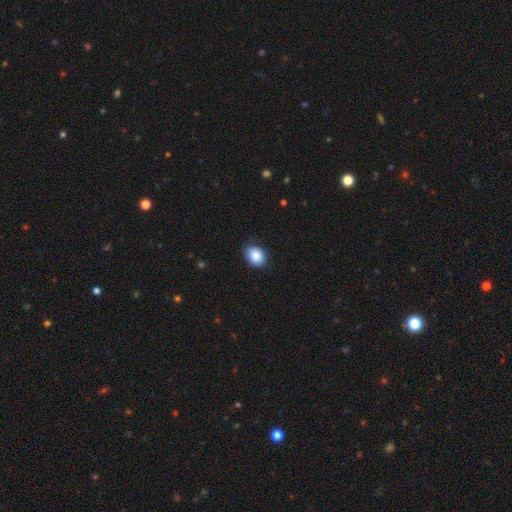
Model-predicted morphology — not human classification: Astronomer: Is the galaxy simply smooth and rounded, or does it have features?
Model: smooth — 88%.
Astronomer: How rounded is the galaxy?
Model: in between — 60% (runner-up: round, 39%).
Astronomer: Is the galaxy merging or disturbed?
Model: none — 82%.